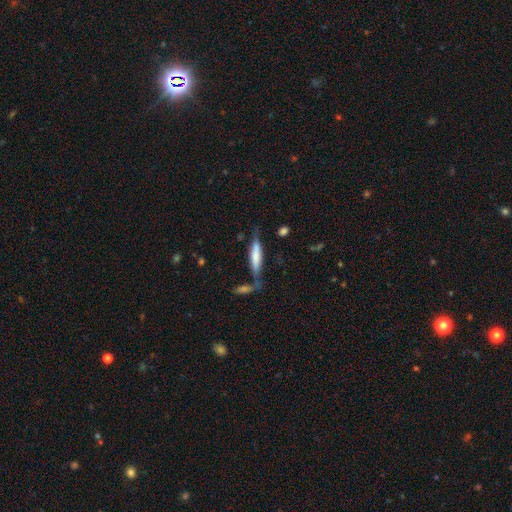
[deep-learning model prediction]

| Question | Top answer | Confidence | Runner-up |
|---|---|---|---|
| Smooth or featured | smooth | 60% | featured or disk (34%) |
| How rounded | cigar-shaped | 80% | in between (18%) |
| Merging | none | 54% | minor disturbance (20%) |